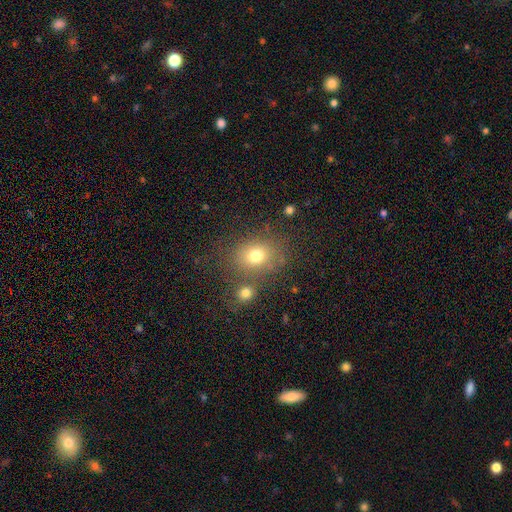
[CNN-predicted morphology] Smooth or featured: smooth — 74% (star or artifact — 15%)
How rounded: round — 56% (in between — 43%)
Merging: none — 67% (merger — 16%)